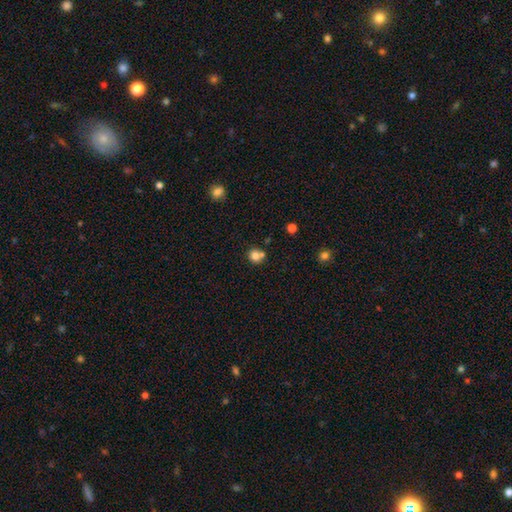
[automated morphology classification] Smooth or featured: smooth — 79% (star or artifact — 12%)
How rounded: round — 85% (in between — 14%)
Merging: none — 54% (merger — 33%)